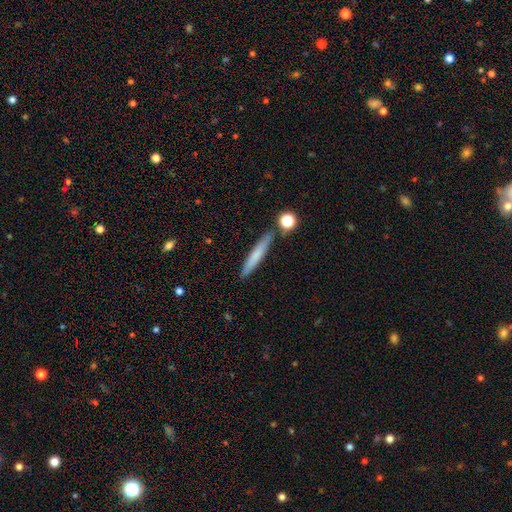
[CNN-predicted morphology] smooth-or-featured: smooth: 68% | featured or disk: 26% | star or artifact: 7%
  how-rounded: cigar-shaped: 94% | in between: 4% | round: 1%
  merging: none: 81% | minor disturbance: 11% | merger: 5% | major disturbance: 2%